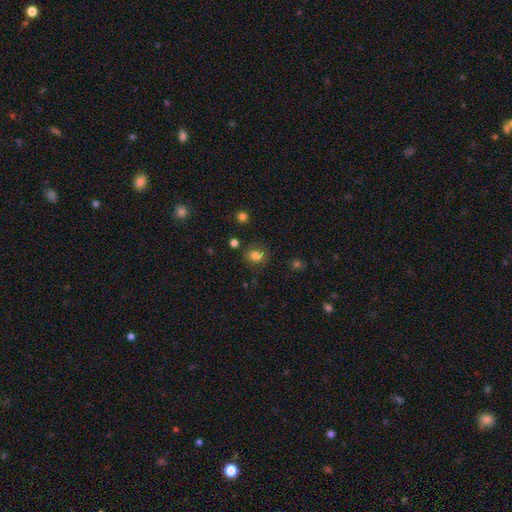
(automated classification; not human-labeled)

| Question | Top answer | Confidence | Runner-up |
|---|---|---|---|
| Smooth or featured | smooth | 80% | star or artifact (12%) |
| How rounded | round | 70% | in between (29%) |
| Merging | none | 80% | minor disturbance (14%) |